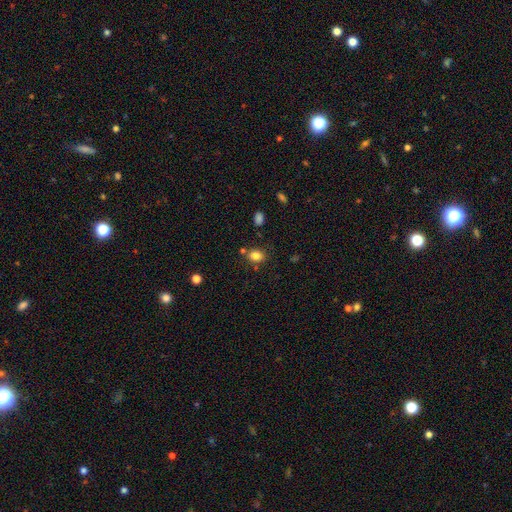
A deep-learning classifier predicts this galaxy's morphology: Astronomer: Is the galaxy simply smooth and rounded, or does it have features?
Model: smooth — 82%.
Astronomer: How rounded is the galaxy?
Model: in between — 56% (runner-up: round, 43%).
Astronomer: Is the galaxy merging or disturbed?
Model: none — 73%.